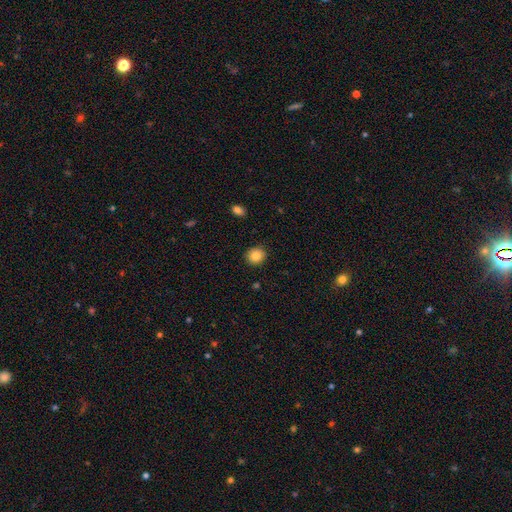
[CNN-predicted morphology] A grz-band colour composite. It shows a smooth galaxy with no disk features (86%) that is round (85%). Merging: none (91%).